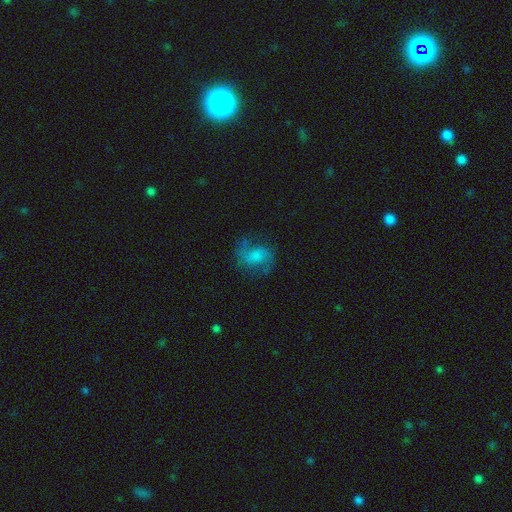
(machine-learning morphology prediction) Smooth or featured? featured or disk (67%)
Edge-on disk? no (98%)
Bar? no (53%)
Spiral arms? yes (92%)
Spiral winding? medium (48%)
Spiral arm count? 2 (89%)
Bulge size? none (30%)
Merging? none (69%)